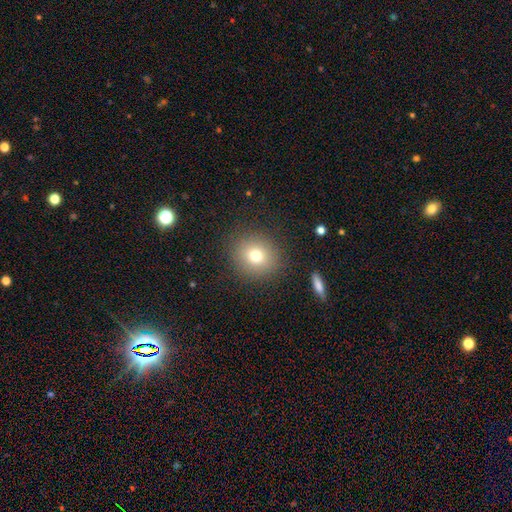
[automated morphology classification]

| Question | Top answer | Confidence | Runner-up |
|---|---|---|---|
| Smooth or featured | smooth | 75% | star or artifact (13%) |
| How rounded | round | 86% | in between (13%) |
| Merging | none | 87% | minor disturbance (8%) |